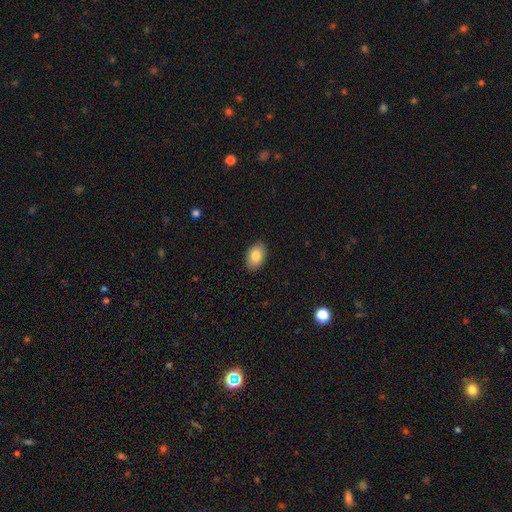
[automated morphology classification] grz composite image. It shows a smooth galaxy with no disk features (83%) that is in between round and cigar-shaped (88%). Merging: none (89%).